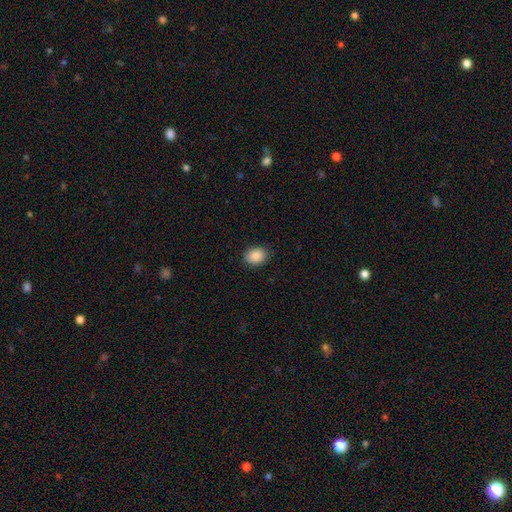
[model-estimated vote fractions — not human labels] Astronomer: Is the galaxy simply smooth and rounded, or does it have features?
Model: smooth — 89%.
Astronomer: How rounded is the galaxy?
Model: in between — 60% (runner-up: round, 39%).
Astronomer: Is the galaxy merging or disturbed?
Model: none — 87%.